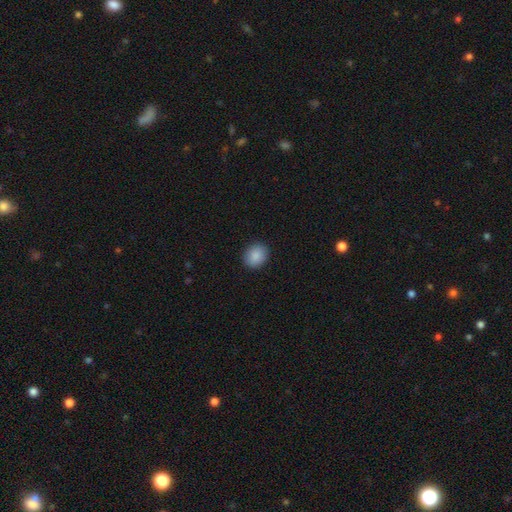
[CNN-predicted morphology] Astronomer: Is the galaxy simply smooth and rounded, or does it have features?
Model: smooth — 88%.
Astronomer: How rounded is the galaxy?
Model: round — 57% (runner-up: in between, 42%).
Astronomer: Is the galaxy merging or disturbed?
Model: none — 90%.